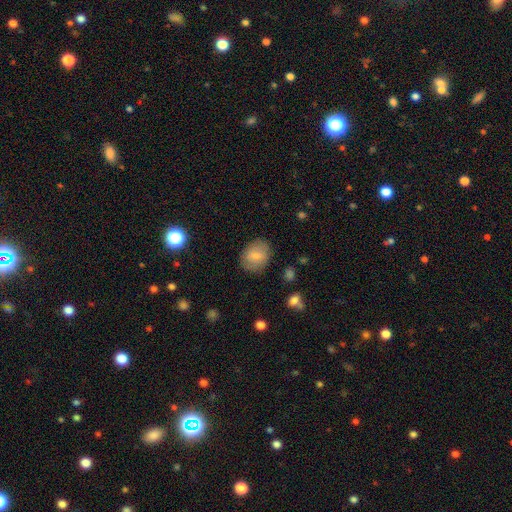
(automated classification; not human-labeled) Overall: smooth (72%). How rounded: round (50%; in between 49%). Merging: none (82%).